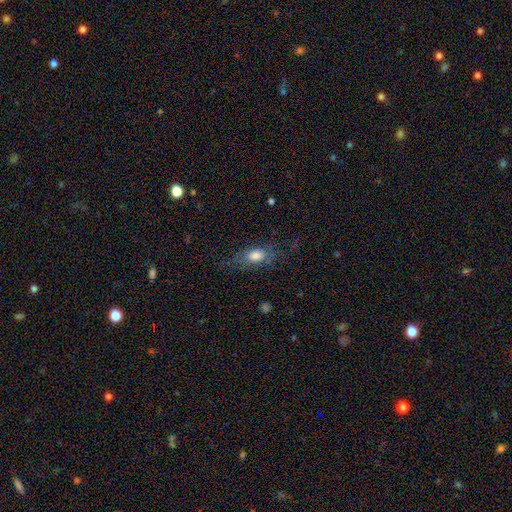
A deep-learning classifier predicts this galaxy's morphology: A smooth galaxy with no disk features (70%) that is in between round and cigar-shaped (75%).

Vote fractions:
- Smooth or featured? smooth: 70% / featured or disk: 22% / star or artifact: 9%
- How rounded? in between: 75% / cigar-shaped: 18% / round: 7%
- Merging? none: 62% / minor disturbance: 22% / major disturbance: 14% / merger: 2%